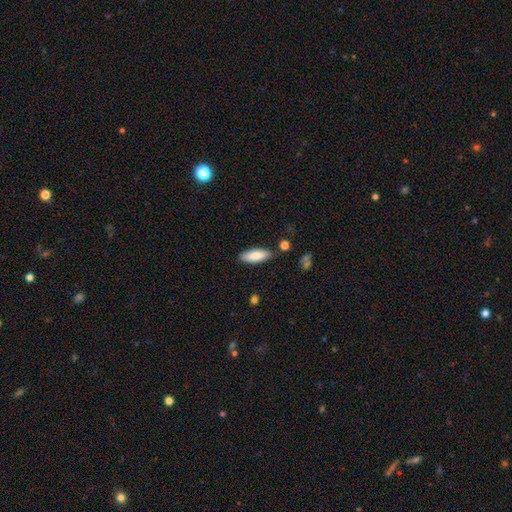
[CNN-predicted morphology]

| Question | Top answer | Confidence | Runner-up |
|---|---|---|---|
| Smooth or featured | smooth | 83% | featured or disk (11%) |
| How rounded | in between | 65% | cigar-shaped (33%) |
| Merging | none | 83% | minor disturbance (11%) |